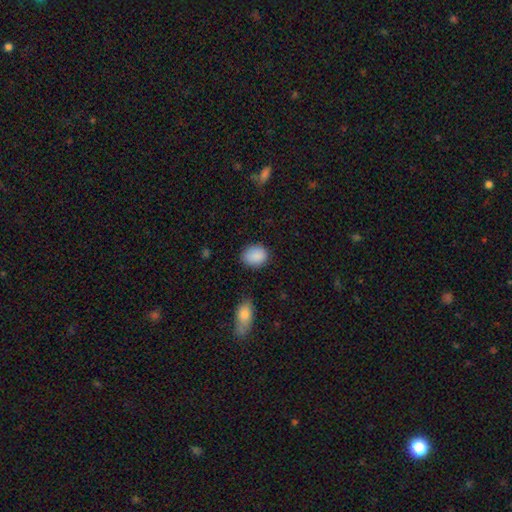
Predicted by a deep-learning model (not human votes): smooth 89%, star or artifact 8%, featured or disk 4%. Down the decision tree: how rounded — round (50%); merging — none (80%).